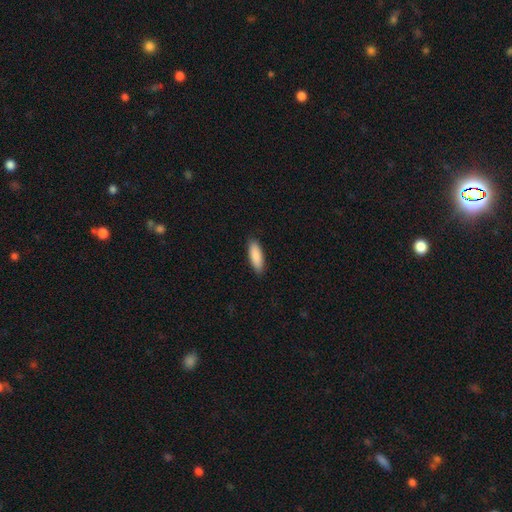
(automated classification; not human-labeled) This appears to be a smooth galaxy with no disk features (89%) that is in between round and cigar-shaped (63%). Merging: none (89%).